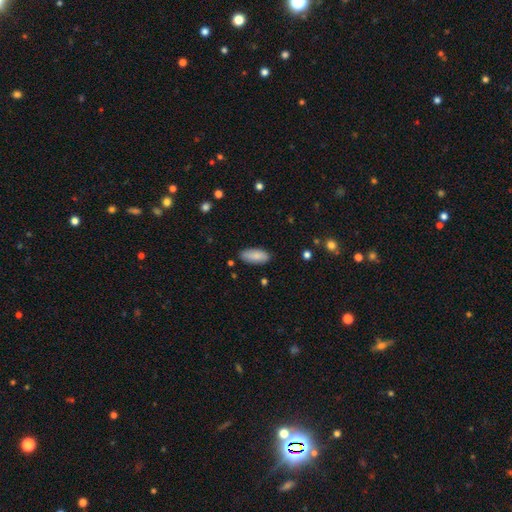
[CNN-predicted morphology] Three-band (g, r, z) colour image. It shows a smooth galaxy with no disk features (85%) that is in between round and cigar-shaped (86%). Merging: none (85%).